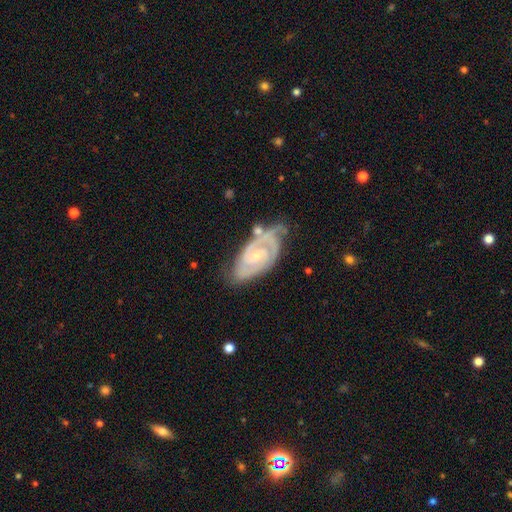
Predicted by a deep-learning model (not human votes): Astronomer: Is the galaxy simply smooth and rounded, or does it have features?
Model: featured or disk — 86%.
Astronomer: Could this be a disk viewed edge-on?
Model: no — 96%.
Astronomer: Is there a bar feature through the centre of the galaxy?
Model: weak — 44% (runner-up: no, 43%).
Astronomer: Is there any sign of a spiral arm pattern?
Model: yes — 97%.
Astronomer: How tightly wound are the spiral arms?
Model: tight — 61%.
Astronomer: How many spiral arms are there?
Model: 2 — 68%.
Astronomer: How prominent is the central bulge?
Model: small — 71%.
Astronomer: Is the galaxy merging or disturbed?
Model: none — 59%.